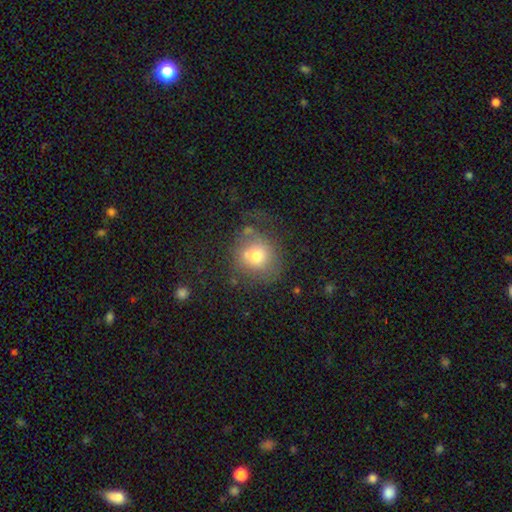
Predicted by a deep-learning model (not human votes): Overall: smooth (69%). How rounded: round (81%). Merging: none (50%; minor disturbance 22%).